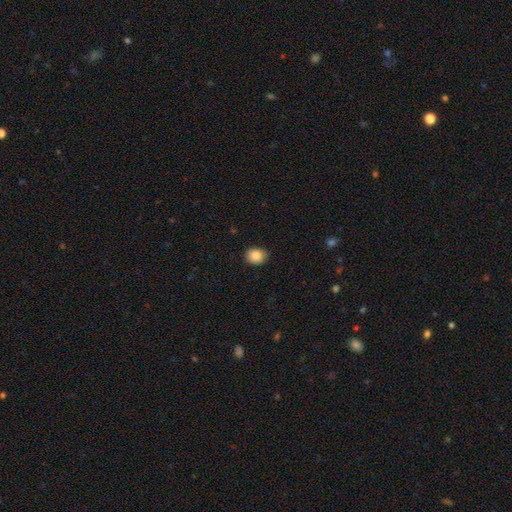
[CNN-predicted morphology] A smooth galaxy with no disk features (86%) that is round (56%).

Vote fractions:
- Smooth or featured? smooth: 86% / star or artifact: 9% / featured or disk: 5%
- How rounded? round: 56% / in between: 43% / cigar-shaped: 1%
- Merging? none: 85% / minor disturbance: 12% / major disturbance: 2% / merger: 1%